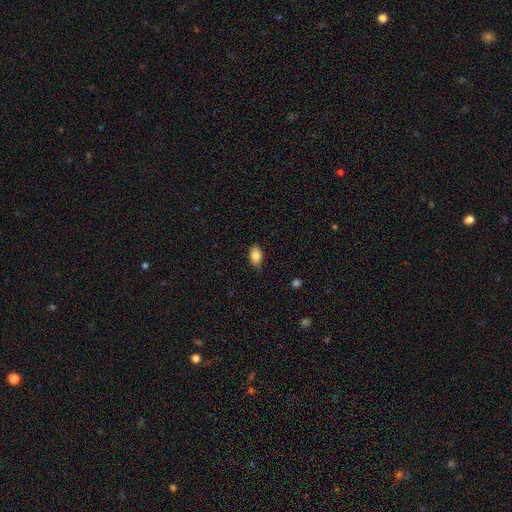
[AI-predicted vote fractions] smooth_or_featured: smooth (p=0.83) [alt: featured or disk p=0.09]
how_rounded: in between (p=0.87) [alt: round p=0.11]
merging: none (p=0.79) [alt: minor disturbance p=0.17]